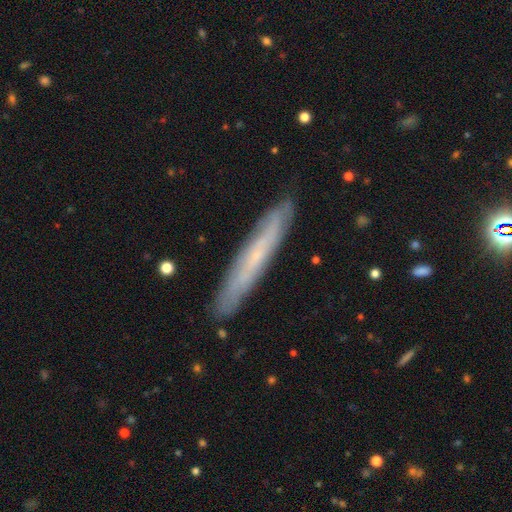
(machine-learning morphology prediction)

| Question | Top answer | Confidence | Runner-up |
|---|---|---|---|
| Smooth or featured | featured or disk | 51% | smooth (42%) |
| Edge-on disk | yes | 77% | no (23%) |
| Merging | none | 88% | minor disturbance (9%) |